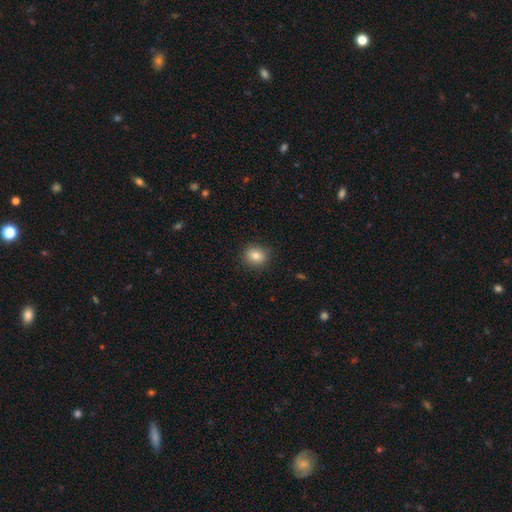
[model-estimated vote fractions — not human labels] A smooth galaxy with no disk features (82%) that is round (75%). Merging: none (88%).